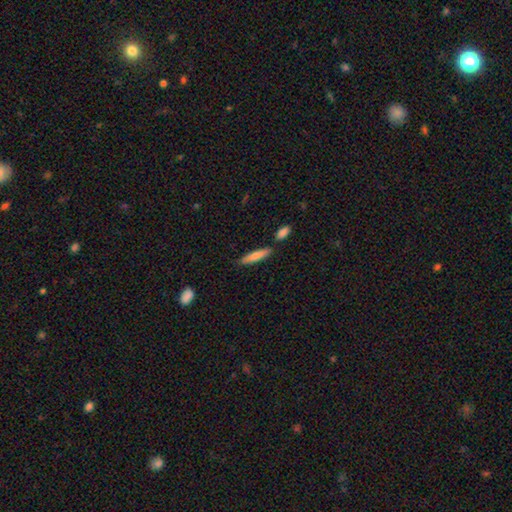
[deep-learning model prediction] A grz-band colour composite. It shows a smooth galaxy with no disk features (78%) that is cigar-shaped (84%). Merging: none (78%).